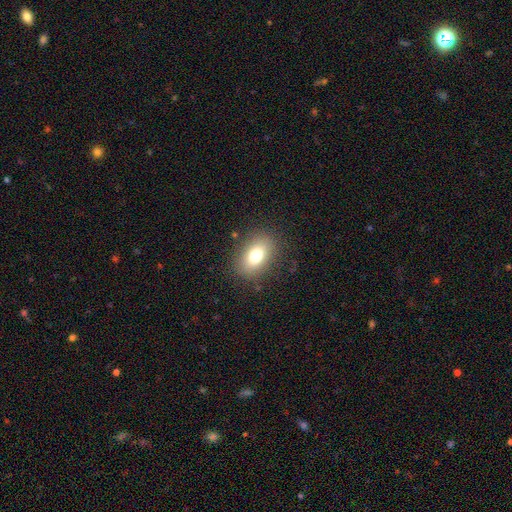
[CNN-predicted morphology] Smooth or featured: smooth — 76% (featured or disk — 13%)
How rounded: in between — 81% (round — 17%)
Merging: none — 85% (minor disturbance — 10%)